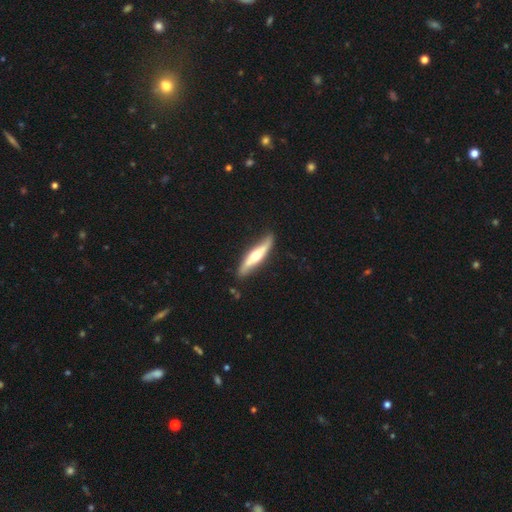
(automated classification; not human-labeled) This is possibly a featured or disk galaxy (58%). It is clearly viewed edge-on (80%). Merging: clearly none (82%).